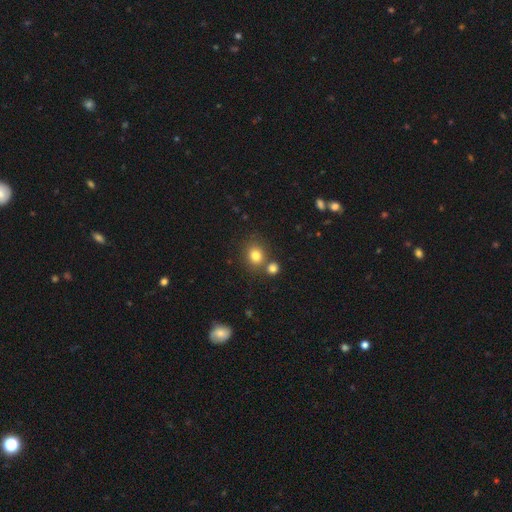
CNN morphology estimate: Smooth or featured? smooth (80%)
How rounded? round (76%)
Merging? none (66%)